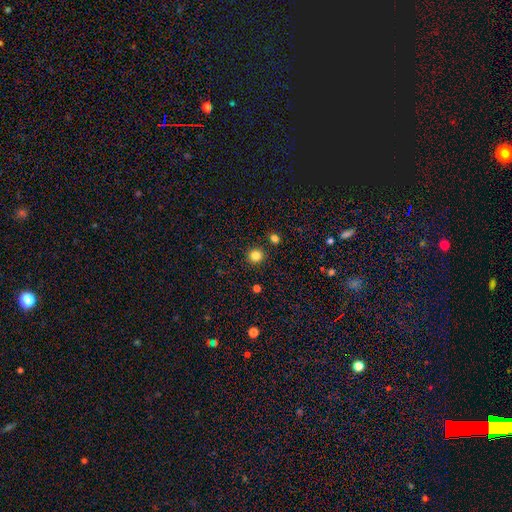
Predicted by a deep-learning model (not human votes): A smooth galaxy with no disk features (83%) that is round (94%). Merging: none (91%).